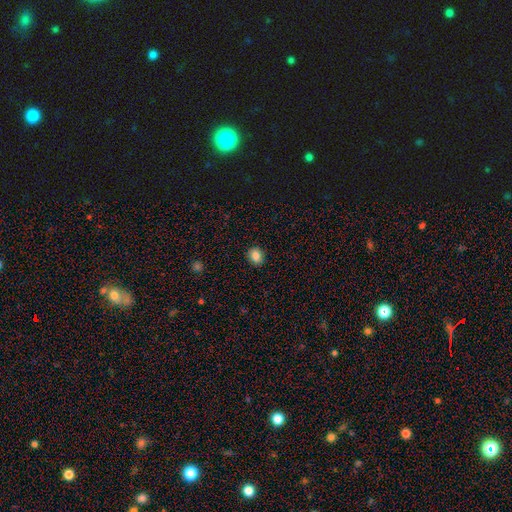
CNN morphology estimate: The model was most divided on "how rounded": round: 61%, in between: 38%, cigar-shaped: 1%. More confident: merging — none (89%); smooth or featured — smooth (84%).